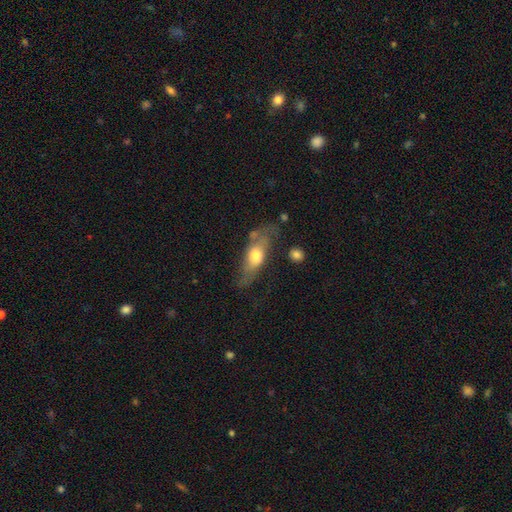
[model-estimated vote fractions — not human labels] This is possibly a smooth galaxy (47%). Merging: possibly none (52%).